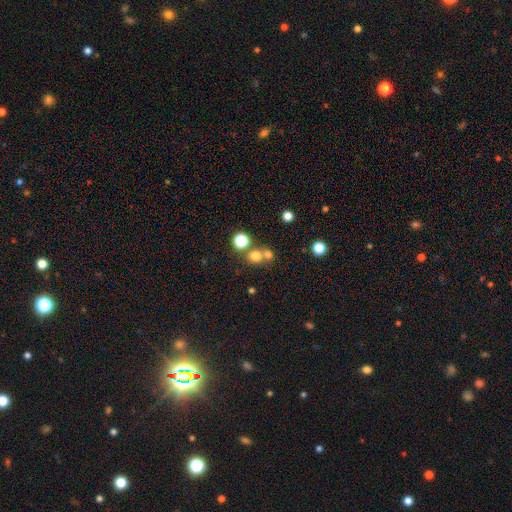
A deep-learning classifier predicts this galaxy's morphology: Smooth or featured: smooth — 73% (star or artifact — 19%)
How rounded: round — 84% (in between — 15%)
Merging: none — 53% (merger — 37%)